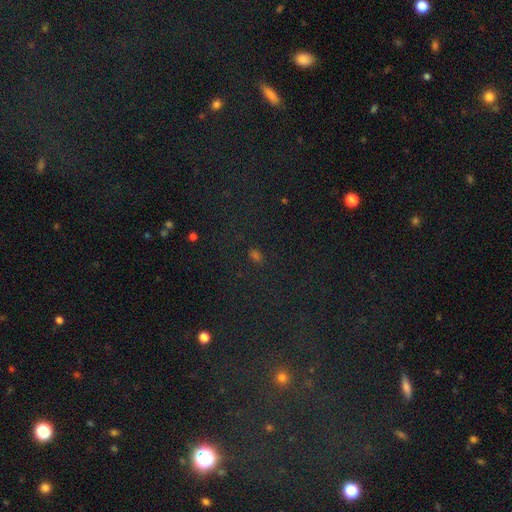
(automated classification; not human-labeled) Smooth or featured?
  - star or artifact: 49% *
  - smooth: 43%
  - featured or disk: 8%